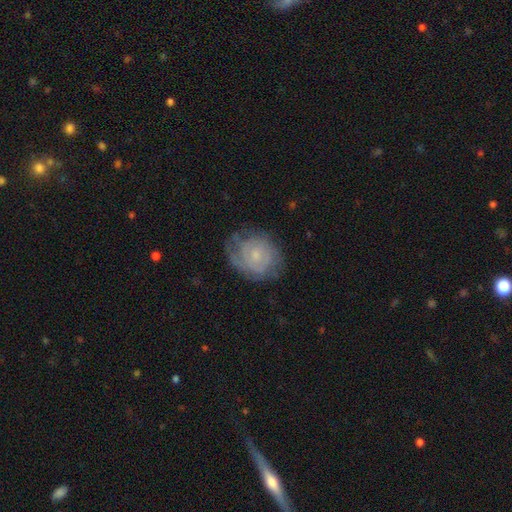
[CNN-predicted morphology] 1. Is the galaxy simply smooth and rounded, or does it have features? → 65% featured or disk, 28% smooth, 8% star or artifact.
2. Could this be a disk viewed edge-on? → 97% no, 3% yes.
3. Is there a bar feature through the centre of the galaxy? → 73% no, 24% weak, 3% strong.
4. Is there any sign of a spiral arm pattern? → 85% yes, 15% no.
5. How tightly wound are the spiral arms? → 64% tight, 27% medium, 9% loose.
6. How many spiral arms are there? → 47% can't tell, 28% 2, 10% 3, 7% 1, 5% 4, 4% more than 4.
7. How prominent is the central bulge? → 67% small, 23% moderate, 8% none, 2% large, 1% dominant.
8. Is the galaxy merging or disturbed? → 66% none, 23% minor disturbance, 10% major disturbance, 1% merger.